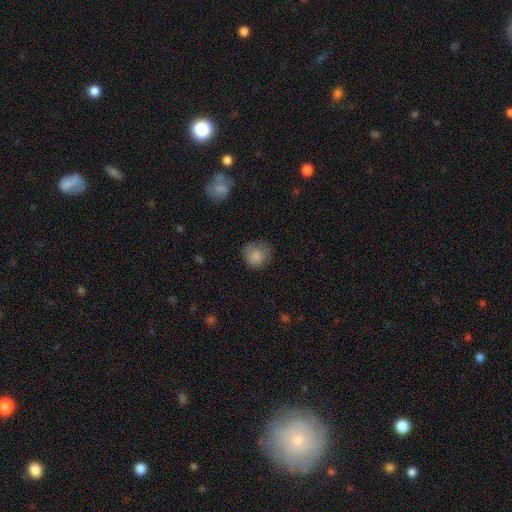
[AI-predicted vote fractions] A smooth galaxy with no disk features (84%) that is round (87%).

Vote fractions:
- Smooth or featured? smooth: 84% / star or artifact: 8% / featured or disk: 8%
- How rounded? round: 87% / in between: 12% / cigar-shaped: 1%
- Merging? none: 69% / minor disturbance: 22% / major disturbance: 7% / merger: 2%